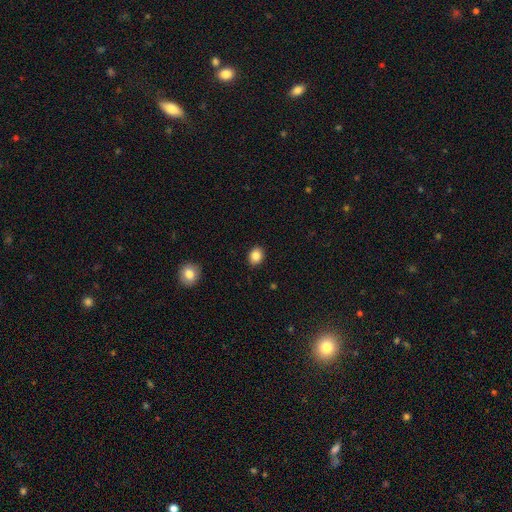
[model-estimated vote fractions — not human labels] A smooth galaxy with no disk features (85%) that is round (54%). Merging: none (90%).